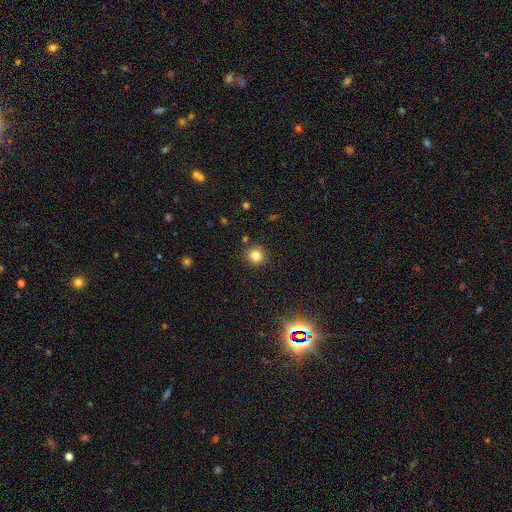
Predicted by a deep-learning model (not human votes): Overall: smooth (81%). How rounded: round (93%). Merging: none (87%).